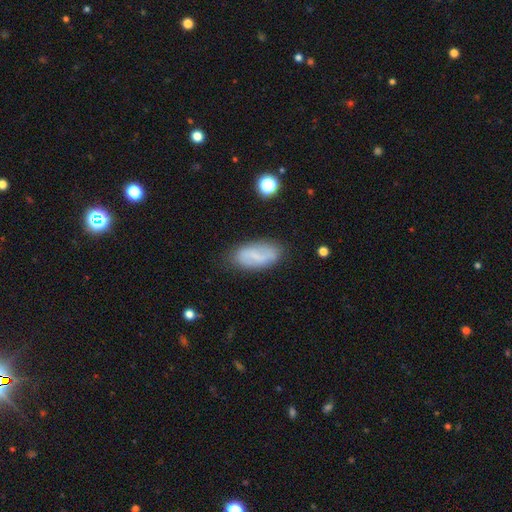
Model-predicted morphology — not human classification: Overall: smooth (52%; featured or disk 40%). How rounded: in between (90%). Merging: none (77%).